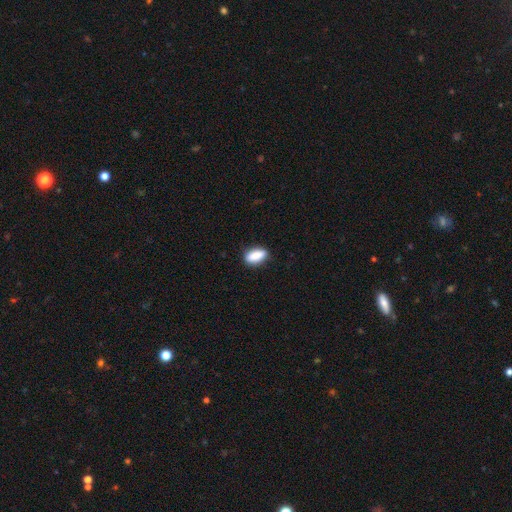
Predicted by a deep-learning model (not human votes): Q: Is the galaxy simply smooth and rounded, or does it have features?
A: smooth — 88%.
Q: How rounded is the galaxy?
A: in between — 86%.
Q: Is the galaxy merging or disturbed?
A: none — 84%.